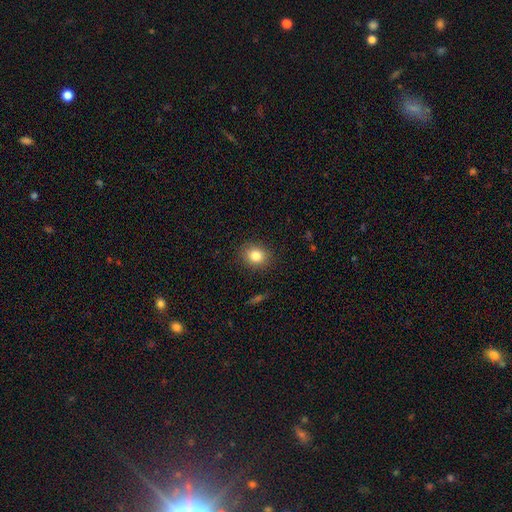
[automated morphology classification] type=smooth (84%); roundness=round (57%); merging=none (87%).